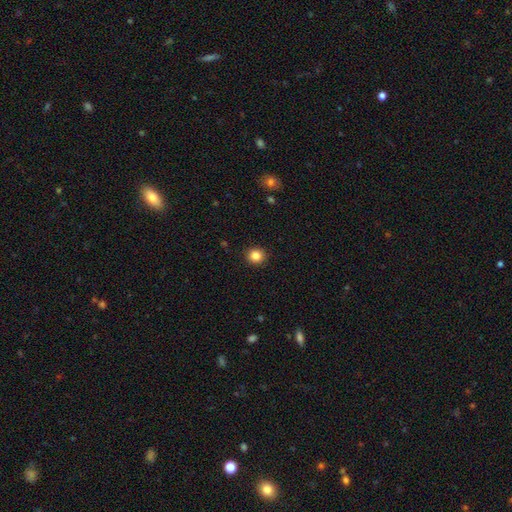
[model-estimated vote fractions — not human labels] A smooth galaxy with no disk features (84%) that is round (90%).

Vote fractions:
- Smooth or featured? smooth: 84% / star or artifact: 11% / featured or disk: 5%
- How rounded? round: 90% / in between: 9% / cigar-shaped: 1%
- Merging? none: 92% / minor disturbance: 6% / major disturbance: 2% / merger: 1%